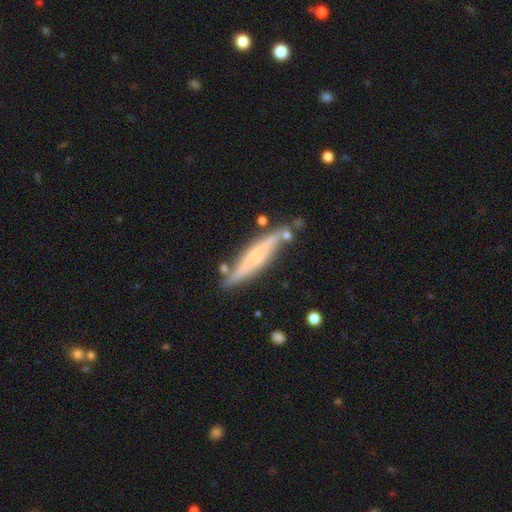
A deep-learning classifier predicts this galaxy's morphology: Q: Smooth or featured?
A: featured or disk (61%); runner-up: smooth (32%)
Q: Edge-on disk?
A: yes (89%); runner-up: no (11%)
Q: Edge-on bulge?
A: rounded (50%); runner-up: none (31%)
Q: Merging?
A: none (71%); runner-up: minor disturbance (18%)